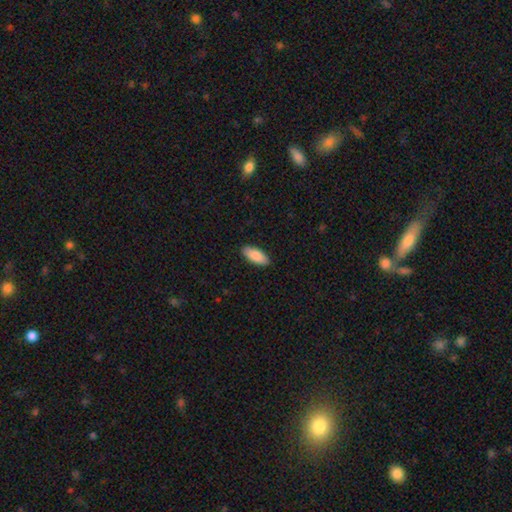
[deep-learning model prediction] A smooth galaxy with no disk features (88%) that is in between round and cigar-shaped (85%). Merging: none (90%).